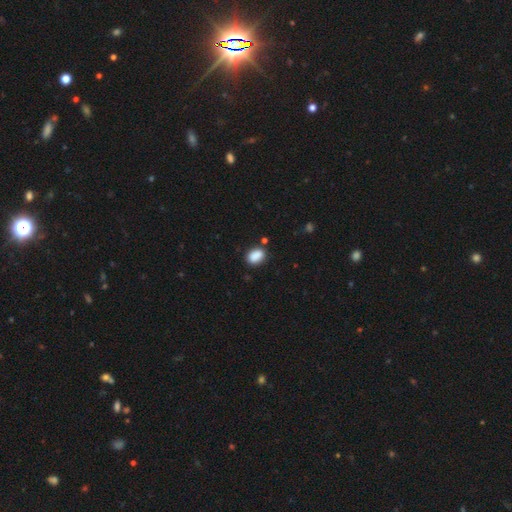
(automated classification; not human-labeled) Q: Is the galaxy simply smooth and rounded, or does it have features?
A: smooth — 88%.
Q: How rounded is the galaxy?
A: in between — 79%.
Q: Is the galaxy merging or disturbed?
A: none — 78%.